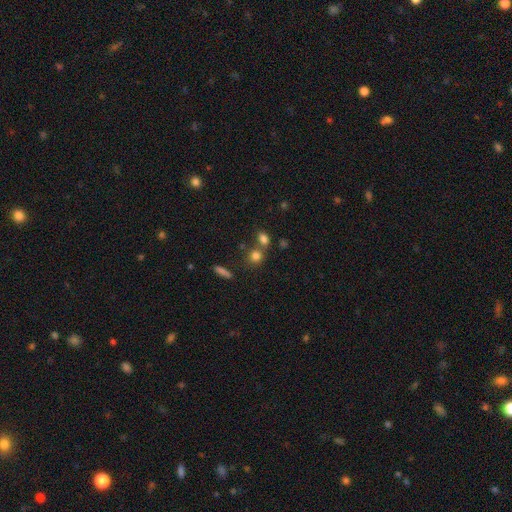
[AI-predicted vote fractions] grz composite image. It shows a smooth galaxy with no disk features (79%) that is round (72%). Merging: none (58%).